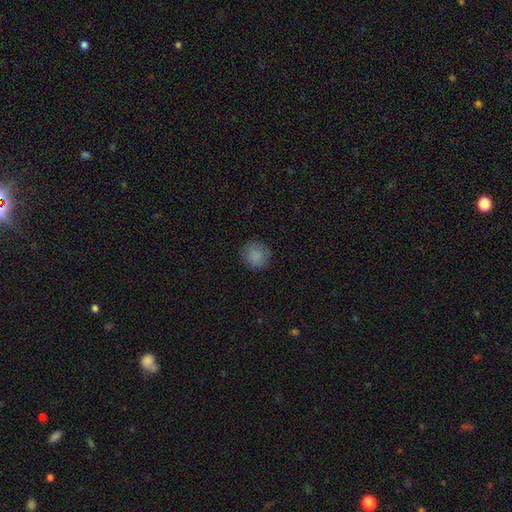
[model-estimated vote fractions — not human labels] Smooth or featured?
  - smooth: 87% *
  - star or artifact: 9%
  - featured or disk: 4%
How rounded?
  - round: 93% *
  - in between: 6%
  - cigar-shaped: 1%
Merging?
  - none: 88% *
  - minor disturbance: 8%
  - major disturbance: 2%
  - merger: 1%